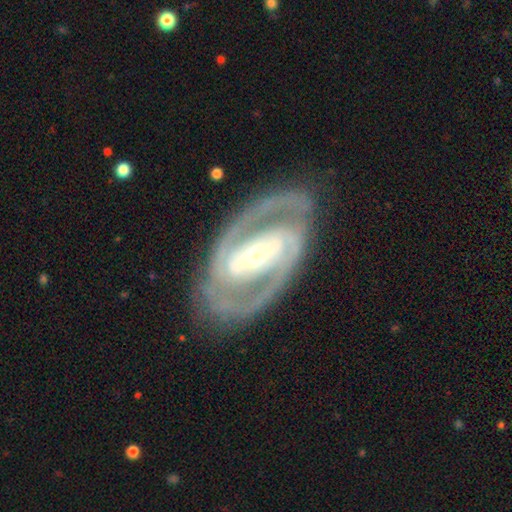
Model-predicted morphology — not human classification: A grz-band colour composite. It shows a featured or disk galaxy (90%) with a strong bar (59%), 2 (87%) tight (51%) spiral arms (95%) and a moderate central bulge (47%). Merging: none (81%).